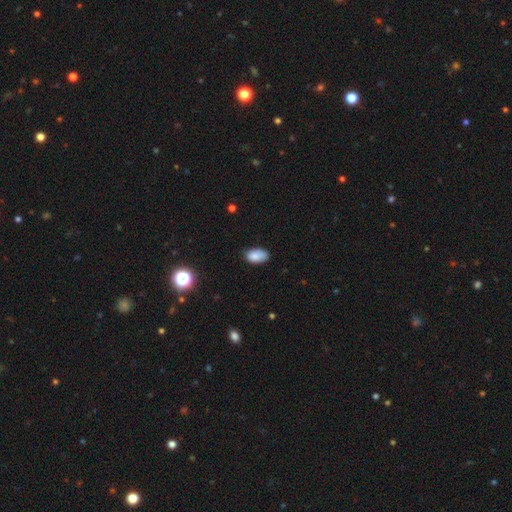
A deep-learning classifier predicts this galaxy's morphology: Smooth or featured: smooth — 85% (star or artifact — 9%)
How rounded: in between — 93% (round — 5%)
Merging: none — 76% (minor disturbance — 20%)